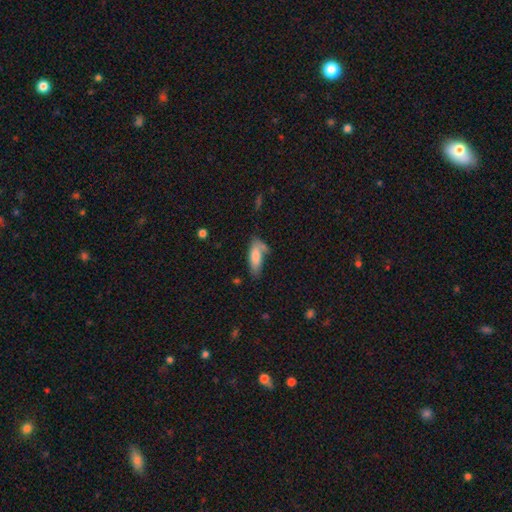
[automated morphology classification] type=smooth (77%); roundness=in between (67%); merging=none (50%).